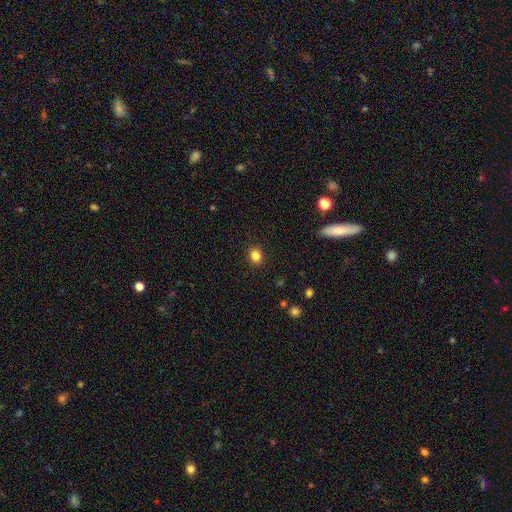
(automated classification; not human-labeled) This is clearly a smooth galaxy (83%). How rounded: likely round (79%). Merging: clearly none (91%).